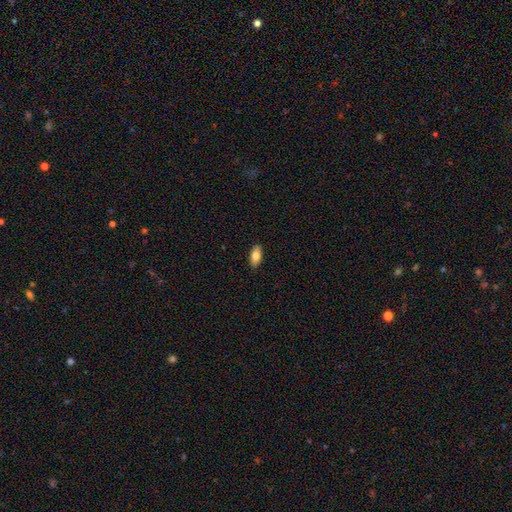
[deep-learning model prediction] A smooth galaxy with no disk features (79%) that is in between round and cigar-shaped (87%).

Vote fractions:
- Smooth or featured? smooth: 79% / featured or disk: 14% / star or artifact: 7%
- How rounded? in between: 87% / cigar-shaped: 10% / round: 3%
- Merging? none: 89% / minor disturbance: 8% / major disturbance: 2% / merger: 1%